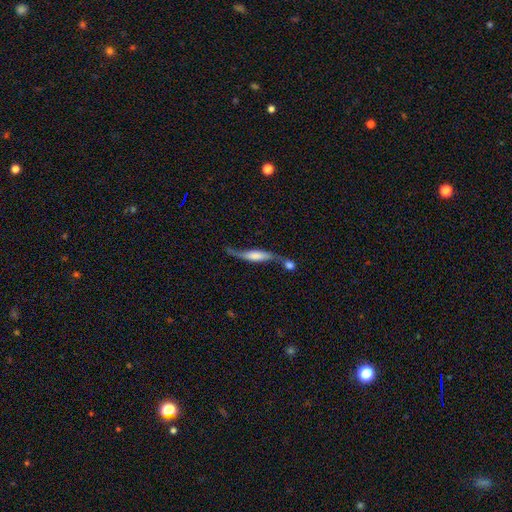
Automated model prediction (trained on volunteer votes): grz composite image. It shows a featured or disk galaxy (58%) viewed edge-on (56%). Merging: merger (36%).